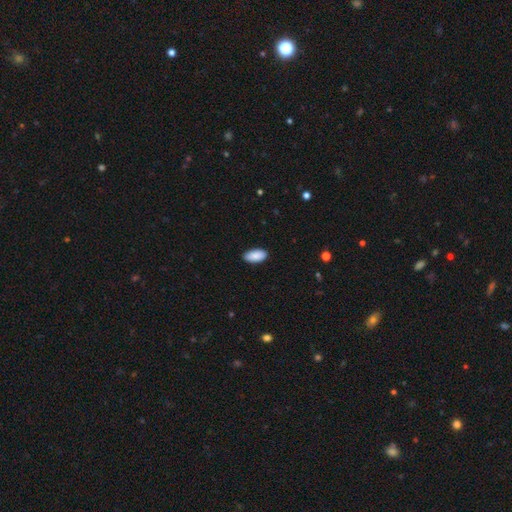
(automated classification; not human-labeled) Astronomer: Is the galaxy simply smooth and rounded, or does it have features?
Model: smooth — 90%.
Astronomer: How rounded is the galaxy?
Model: in between — 94%.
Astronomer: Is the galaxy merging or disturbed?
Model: none — 89%.